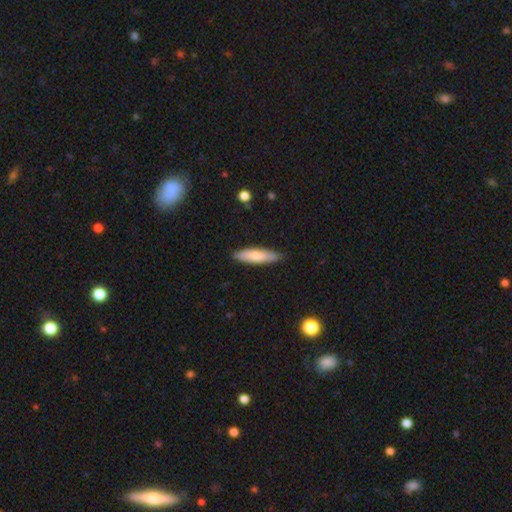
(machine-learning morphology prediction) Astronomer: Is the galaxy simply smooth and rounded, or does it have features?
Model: smooth — 74%.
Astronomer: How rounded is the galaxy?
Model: cigar-shaped — 66%.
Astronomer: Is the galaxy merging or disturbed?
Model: none — 85%.